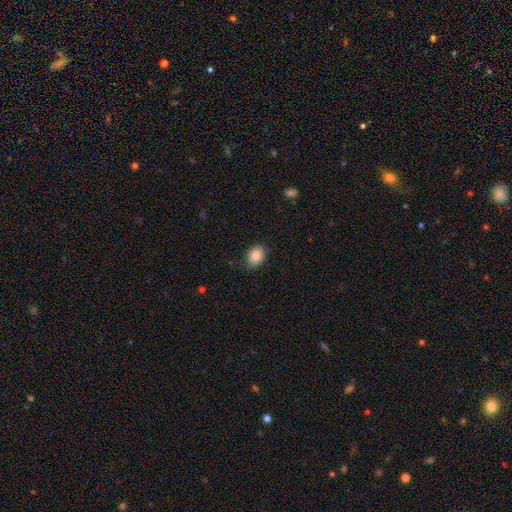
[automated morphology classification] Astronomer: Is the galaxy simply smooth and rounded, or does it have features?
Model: smooth — 88%.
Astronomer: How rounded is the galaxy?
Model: in between — 71%.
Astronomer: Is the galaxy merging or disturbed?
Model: none — 82%.